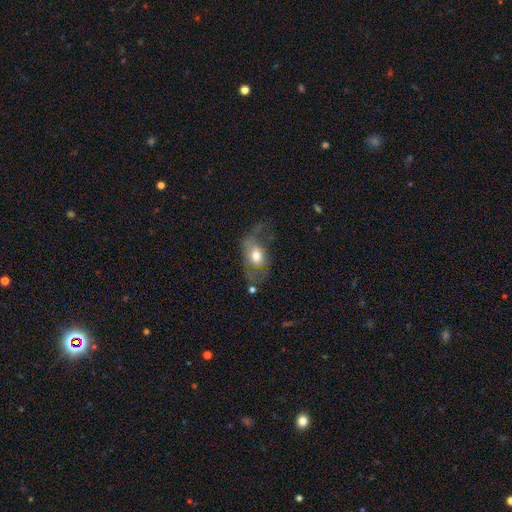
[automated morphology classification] Smooth or featured? smooth (53%)
How rounded? in between (84%)
Merging? major disturbance (39%)